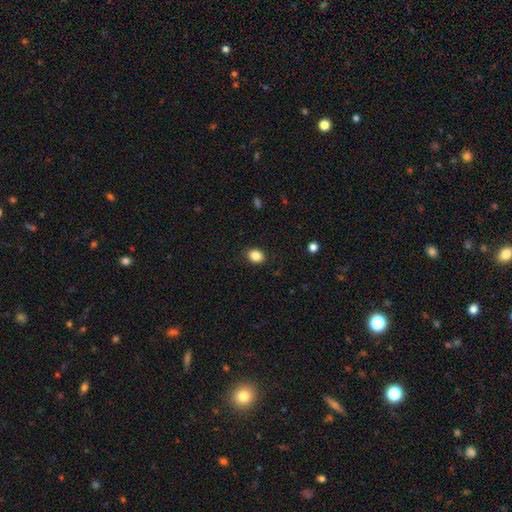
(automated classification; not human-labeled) The model was most divided on "how rounded": in between: 53%, round: 47%, cigar-shaped: 1%. More confident: merging — none (89%); smooth or featured — smooth (86%).